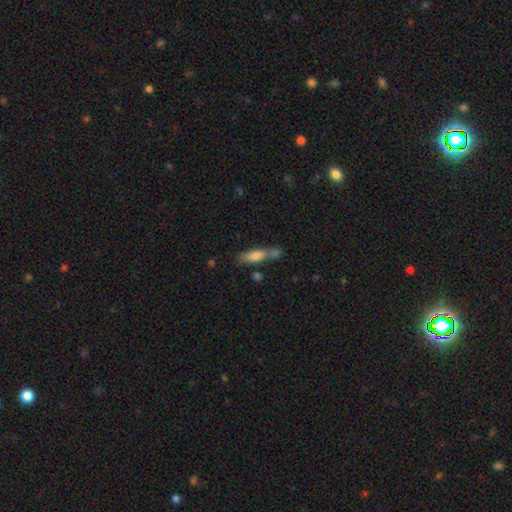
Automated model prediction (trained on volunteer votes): Smooth or featured? Predicted: smooth (p=0.73). How rounded? Predicted: cigar-shaped (p=0.58). Merging? Predicted: none (p=0.51).